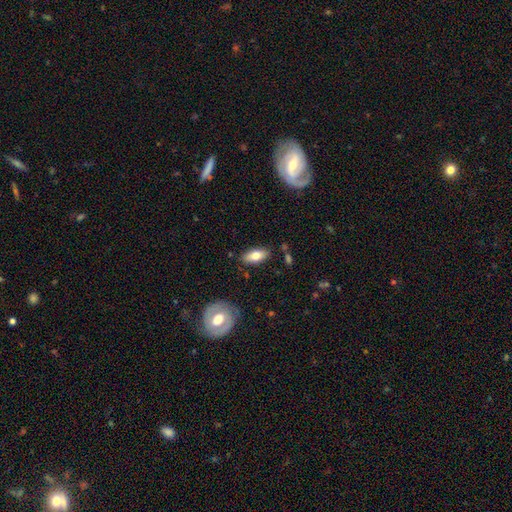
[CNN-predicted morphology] Smooth or featured: smooth — 75% (featured or disk — 18%)
How rounded: in between — 87% (cigar-shaped — 10%)
Merging: none — 84% (minor disturbance — 11%)